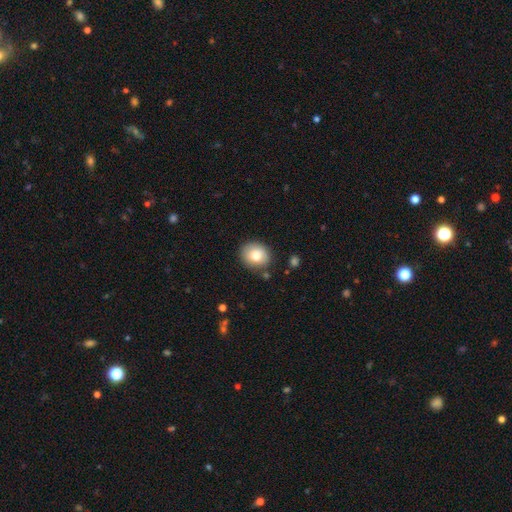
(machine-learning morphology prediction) Smooth or featured? Predicted: smooth (p=0.78). How rounded? Predicted: round (p=0.73). Merging? Predicted: none (p=0.83).